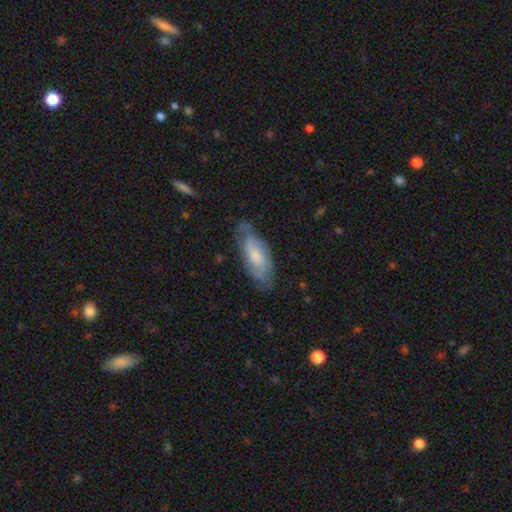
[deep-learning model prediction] A featured or disk galaxy (57%) with no bar (60%), spiral arms (87%) and a moderate central bulge (41%).

Vote fractions:
- Smooth or featured? featured or disk: 57% / smooth: 36% / star or artifact: 6%
- Edge-on disk? no: 88% / yes: 12%
- Bar? no: 60% / weak: 34% / strong: 6%
- Spiral arms? yes: 87% / no: 13%
- Bulge size? moderate: 41% / small: 31% / none: 13% / large: 13% / dominant: 2%
- Merging? none: 65% / minor disturbance: 26% / major disturbance: 7% / merger: 2%